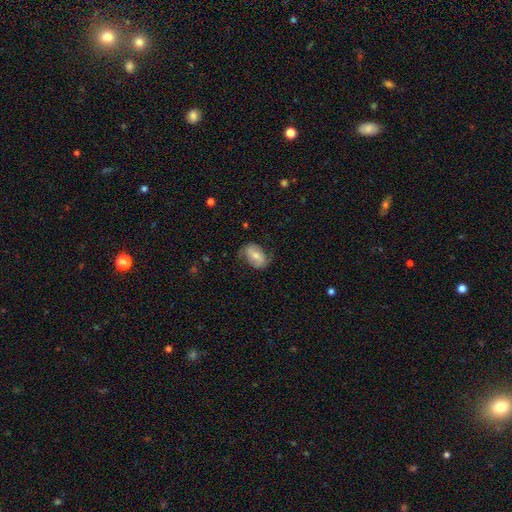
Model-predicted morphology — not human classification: The model was most divided on "smooth or featured": featured or disk: 48%, smooth: 45%, star or artifact: 7%. More confident: merging — none (65%).